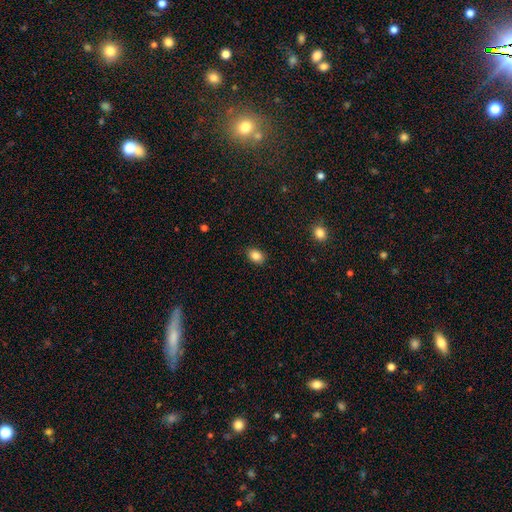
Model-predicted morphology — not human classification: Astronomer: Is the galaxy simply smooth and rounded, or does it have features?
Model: smooth — 85%.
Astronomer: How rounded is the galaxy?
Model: in between — 70%.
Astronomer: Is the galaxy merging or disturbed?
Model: none — 89%.